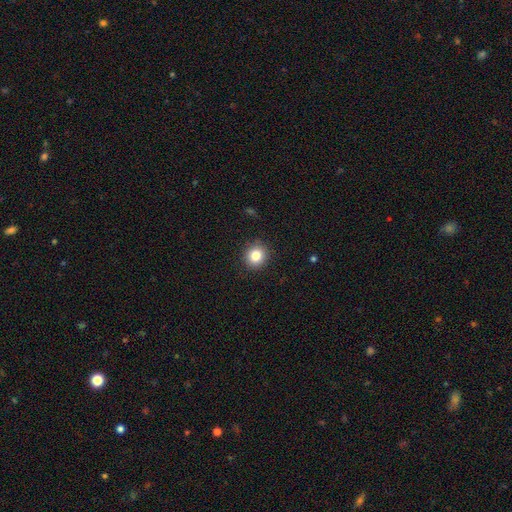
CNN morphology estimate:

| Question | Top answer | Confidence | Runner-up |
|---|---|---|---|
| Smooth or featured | smooth | 83% | star or artifact (11%) |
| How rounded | round | 88% | in between (11%) |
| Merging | none | 90% | minor disturbance (7%) |